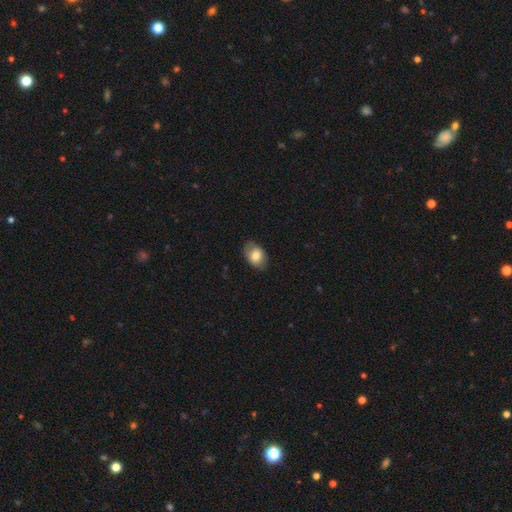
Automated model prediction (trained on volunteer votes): smooth-or-featured: smooth: 77% | featured or disk: 16% | star or artifact: 7%
  how-rounded: in between: 81% | round: 18% | cigar-shaped: 1%
  merging: none: 78% | minor disturbance: 17% | major disturbance: 4% | merger: 1%